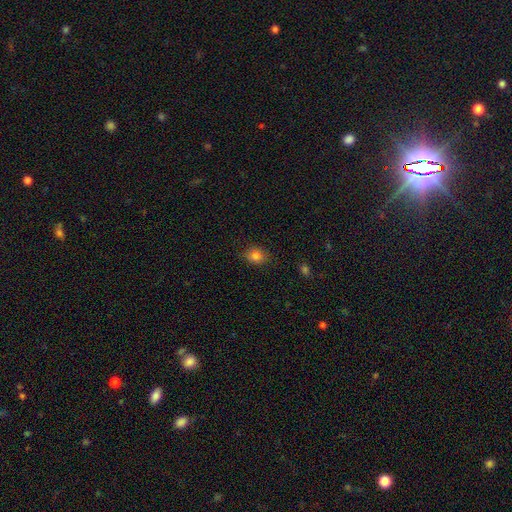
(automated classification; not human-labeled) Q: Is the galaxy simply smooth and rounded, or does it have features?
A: smooth — 81%.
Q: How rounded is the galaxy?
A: round — 54%.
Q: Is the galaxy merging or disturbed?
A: none — 82%.